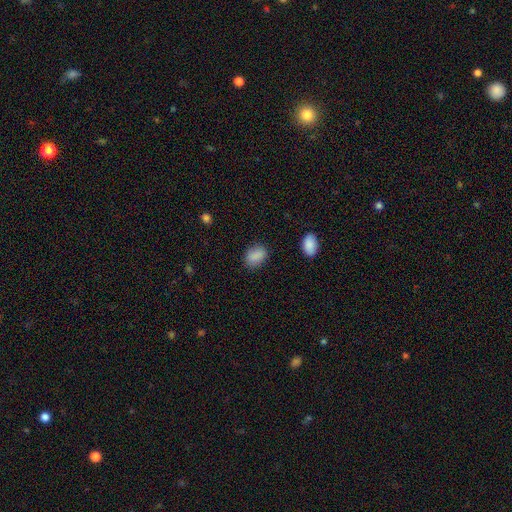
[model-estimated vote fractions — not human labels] Morphology: type=smooth (87%); roundness=in between (79%); merging=none (81%).